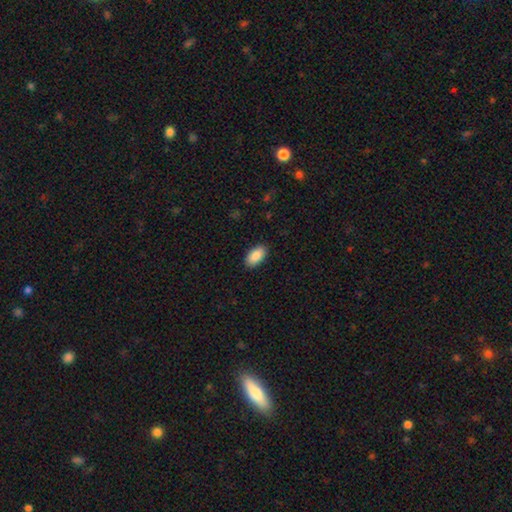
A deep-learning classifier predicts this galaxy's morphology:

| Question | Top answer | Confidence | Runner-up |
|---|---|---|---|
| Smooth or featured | smooth | 90% | star or artifact (6%) |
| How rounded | in between | 95% | round (3%) |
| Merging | none | 89% | minor disturbance (8%) |